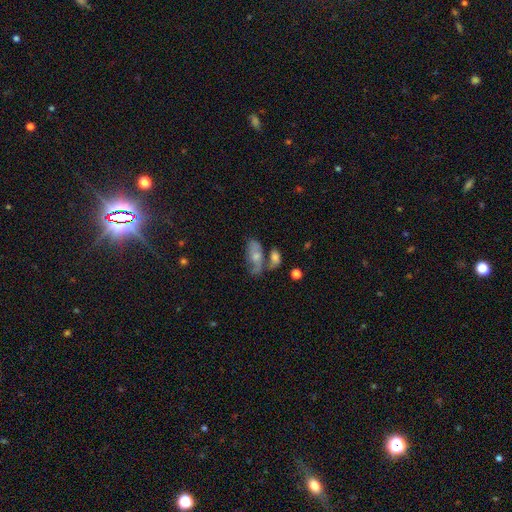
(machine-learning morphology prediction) type=smooth (50%); merging=merger (33%).